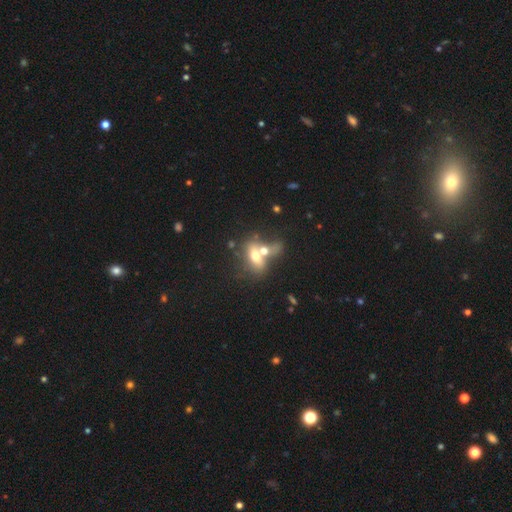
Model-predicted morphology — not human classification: smooth_or_featured: smooth (p=0.59) [alt: featured or disk p=0.31]
how_rounded: in between (p=0.71) [alt: round p=0.21]
merging: merger (p=0.62) [alt: none p=0.23]